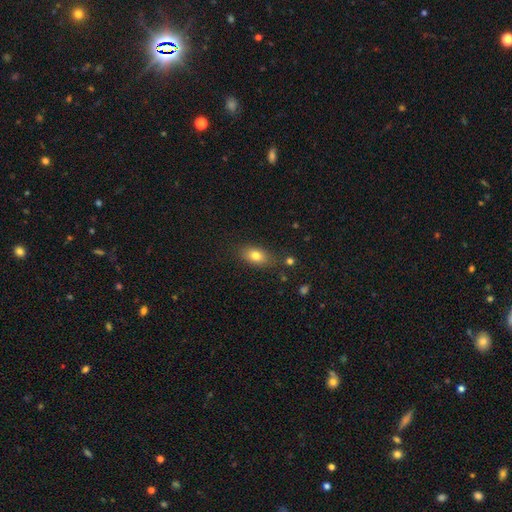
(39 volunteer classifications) Overall: smooth (82%). How rounded: in between (88%). Merging: none (95%).